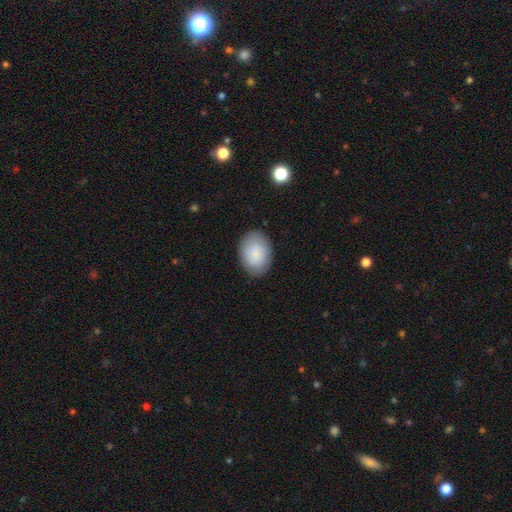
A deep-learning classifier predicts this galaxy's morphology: Smooth or featured? smooth (78%)
How rounded? in between (77%)
Merging? none (83%)